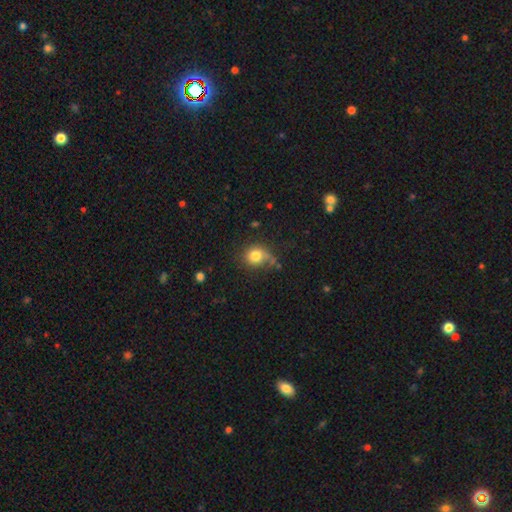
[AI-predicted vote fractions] This is likely a smooth galaxy (78%). How rounded: likely round (75%). Merging: possibly none (58%).